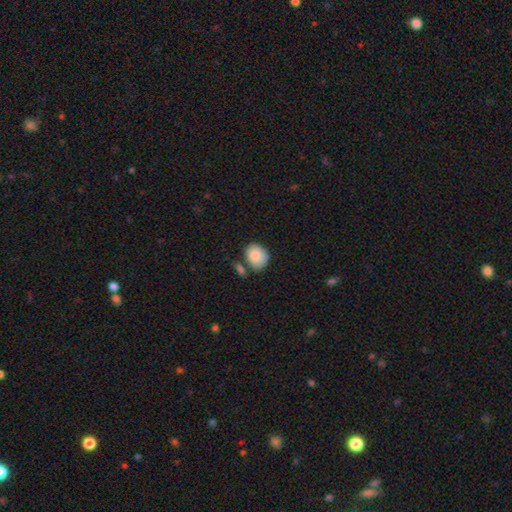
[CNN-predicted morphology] Smooth or featured: smooth — 84% (featured or disk — 9%)
How rounded: round — 52% (in between — 47%)
Merging: none — 54% (minor disturbance — 24%)